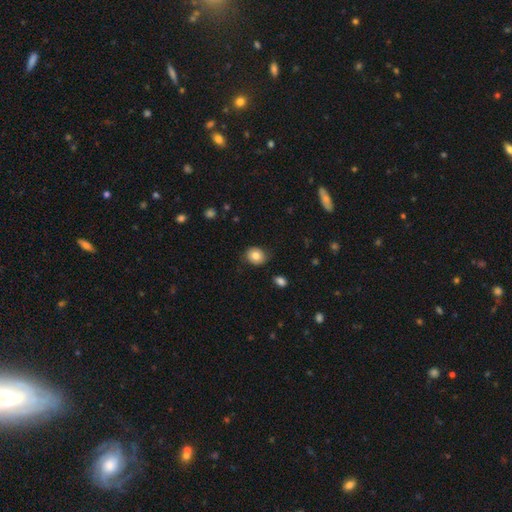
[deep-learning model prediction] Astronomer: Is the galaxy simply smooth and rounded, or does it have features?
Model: smooth — 82%.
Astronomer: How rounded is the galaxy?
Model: round — 67%.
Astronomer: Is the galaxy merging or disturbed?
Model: none — 82%.